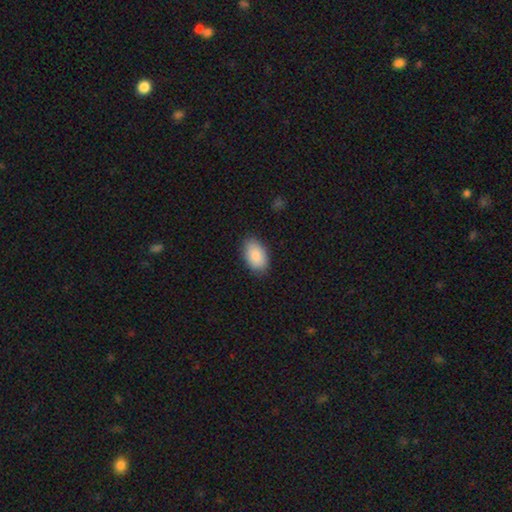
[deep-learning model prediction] smooth_or_featured: smooth (p=0.90) [alt: star or artifact p=0.06]
how_rounded: in between (p=0.94) [alt: round p=0.04]
merging: none (p=0.85) [alt: minor disturbance p=0.11]